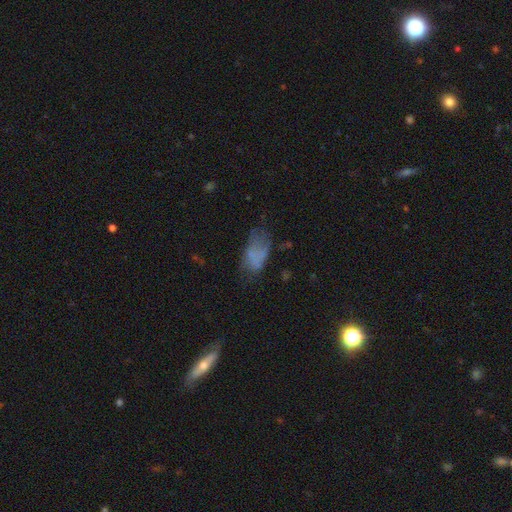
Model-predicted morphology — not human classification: type=smooth (61%); roundness=in between (91%); merging=none (43%).